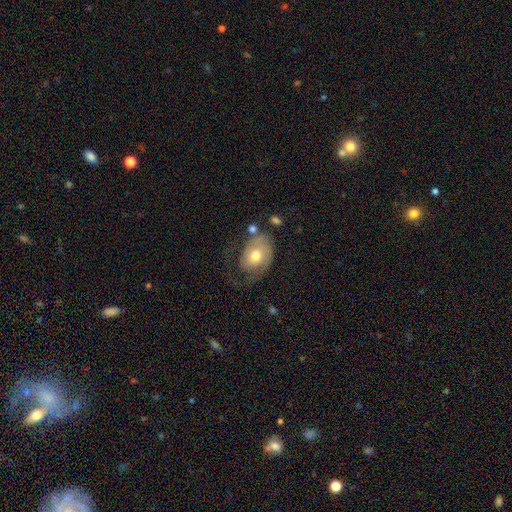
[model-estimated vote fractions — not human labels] Smooth or featured? smooth (47%)
Merging? none (39%)